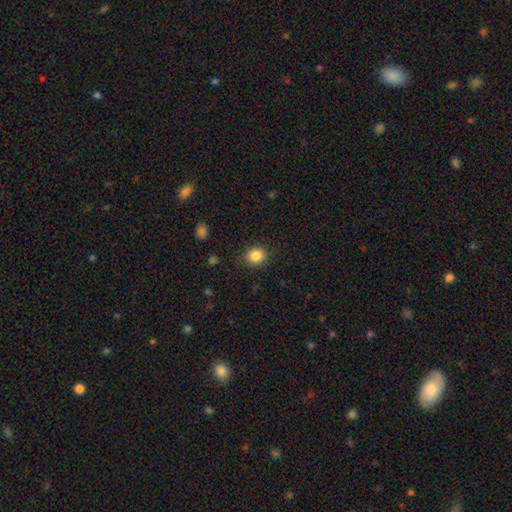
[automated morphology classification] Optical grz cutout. It shows a smooth galaxy with no disk features (86%) that is round (79%). Merging: none (87%).